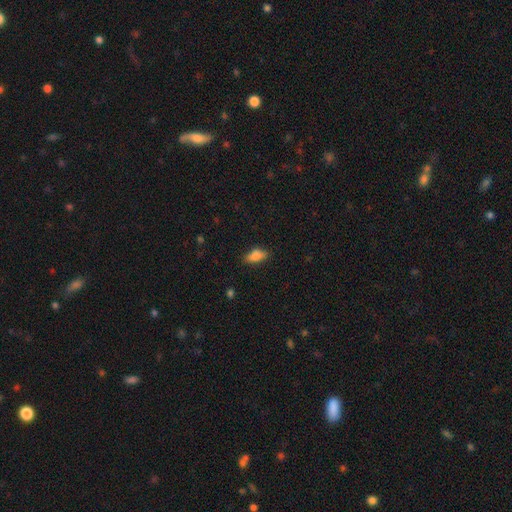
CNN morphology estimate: smooth 83%, featured or disk 9%, star or artifact 8%. Down the decision tree: how rounded — in between (85%); merging — none (78%).